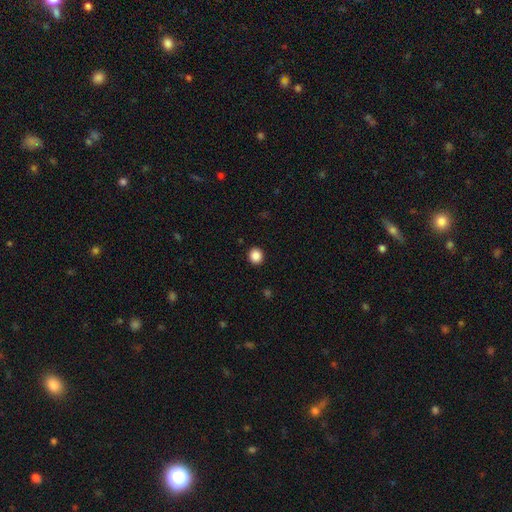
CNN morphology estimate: type=smooth (87%); roundness=round (85%); merging=none (92%).